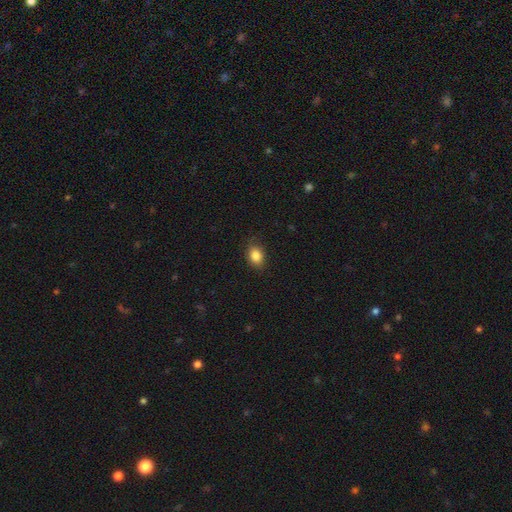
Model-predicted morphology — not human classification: smooth_or_featured: smooth (p=0.85) [alt: star or artifact p=0.09]
how_rounded: in between (p=0.66) [alt: round p=0.33]
merging: none (p=0.82) [alt: minor disturbance p=0.14]